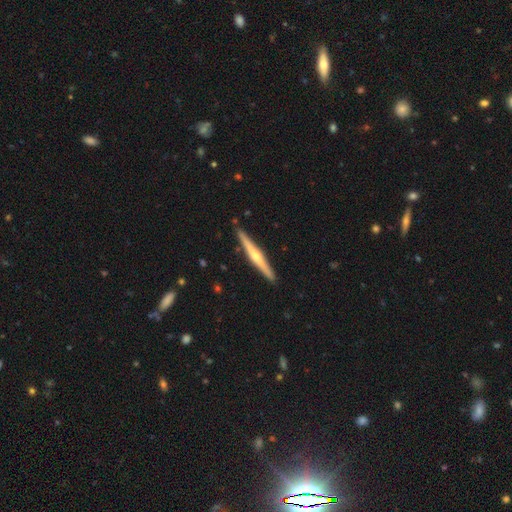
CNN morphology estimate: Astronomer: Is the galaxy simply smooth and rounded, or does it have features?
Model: featured or disk — 70%.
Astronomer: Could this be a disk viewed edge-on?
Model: yes — 98%.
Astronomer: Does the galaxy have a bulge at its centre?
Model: rounded — 84%.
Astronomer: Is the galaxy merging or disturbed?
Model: none — 91%.